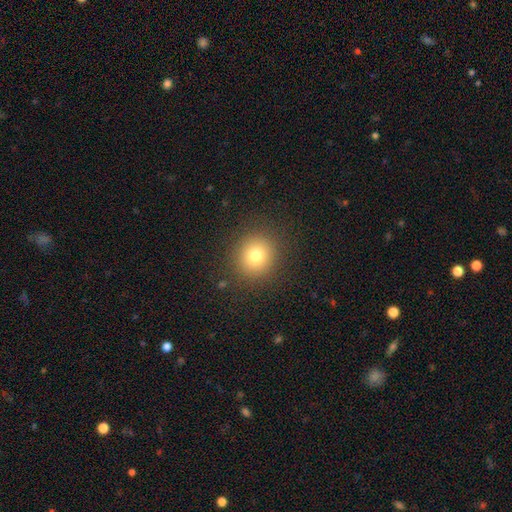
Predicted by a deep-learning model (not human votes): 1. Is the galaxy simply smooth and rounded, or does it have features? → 77% smooth, 14% star or artifact, 9% featured or disk.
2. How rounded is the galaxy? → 87% round, 12% in between, 1% cigar-shaped.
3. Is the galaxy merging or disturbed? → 89% none, 7% minor disturbance, 3% major disturbance, 1% merger.